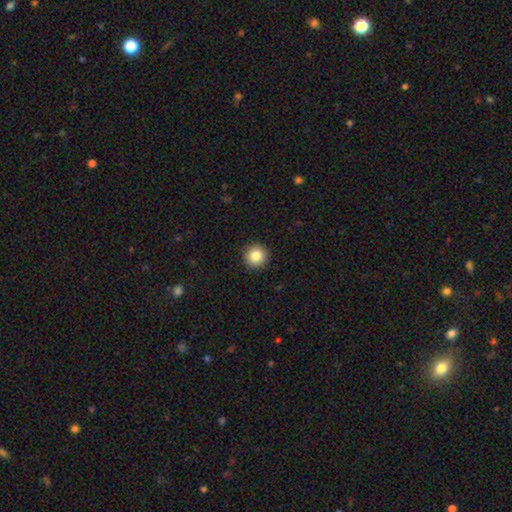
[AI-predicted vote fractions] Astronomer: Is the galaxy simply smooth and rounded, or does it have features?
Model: smooth — 84%.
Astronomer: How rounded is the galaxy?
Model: round — 95%.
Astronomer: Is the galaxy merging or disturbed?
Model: none — 93%.